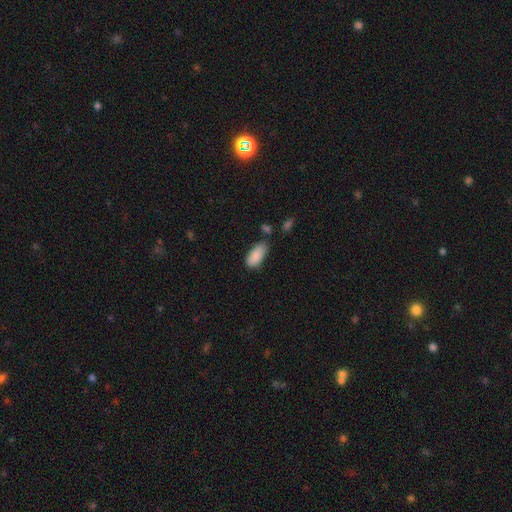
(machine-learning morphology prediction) Smooth or featured?
  - smooth: 88% *
  - star or artifact: 7%
  - featured or disk: 5%
How rounded?
  - in between: 89% *
  - cigar-shaped: 9%
  - round: 2%
Merging?
  - none: 64% *
  - minor disturbance: 25%
  - merger: 7%
  - major disturbance: 5%